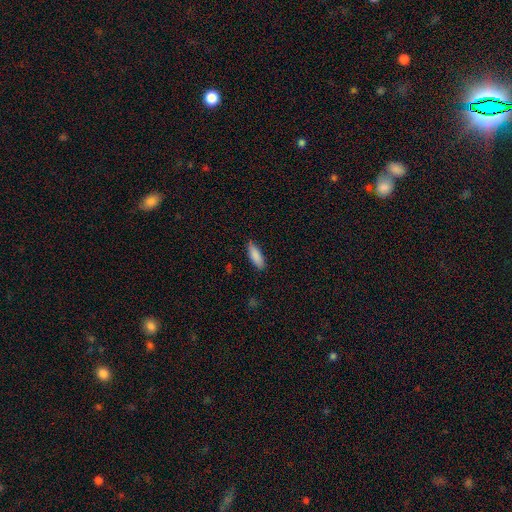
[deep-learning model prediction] smooth_or_featured: smooth (p=0.88) [alt: star or artifact p=0.06]
how_rounded: in between (p=0.66) [alt: cigar-shaped p=0.32]
merging: none (p=0.84) [alt: minor disturbance p=0.13]